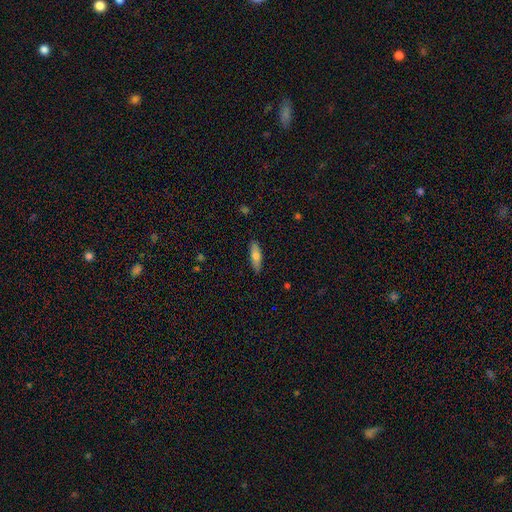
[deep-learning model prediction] Smooth or featured? smooth (71%)
How rounded? cigar-shaped (53%)
Merging? none (87%)